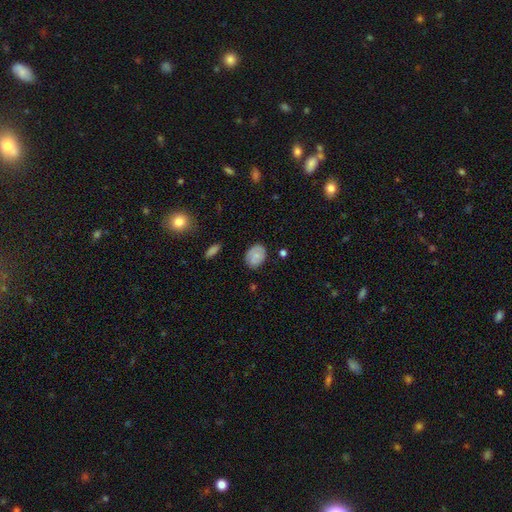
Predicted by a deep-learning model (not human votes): This is likely a smooth galaxy (72%). How rounded: likely in between (67%). Merging: likely none (74%).